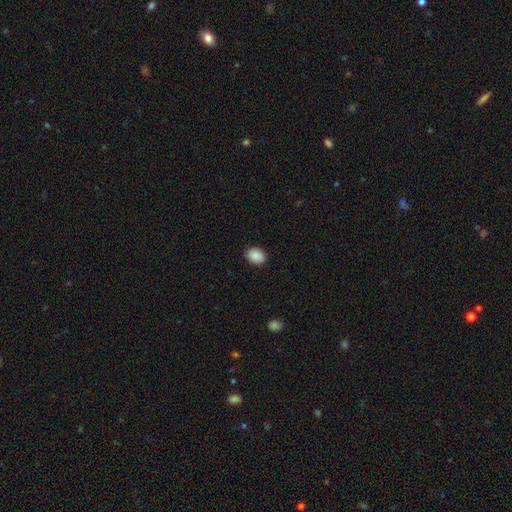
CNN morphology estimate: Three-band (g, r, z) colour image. It shows a smooth galaxy with no disk features (89%) that is in between round and cigar-shaped (65%). Merging: none (89%).